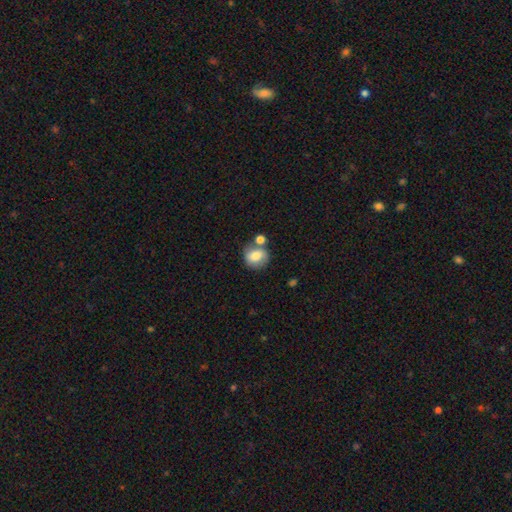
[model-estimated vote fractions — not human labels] smooth_or_featured: smooth (p=0.73) [alt: featured or disk p=0.19]
how_rounded: round (p=0.74) [alt: in between p=0.25]
merging: none (p=0.55) [alt: merger p=0.24]